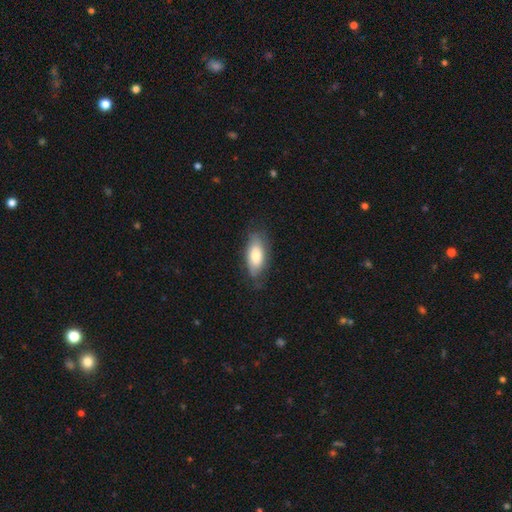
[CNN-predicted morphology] Overall: smooth (72%). How rounded: in between (86%). Merging: none (71%).